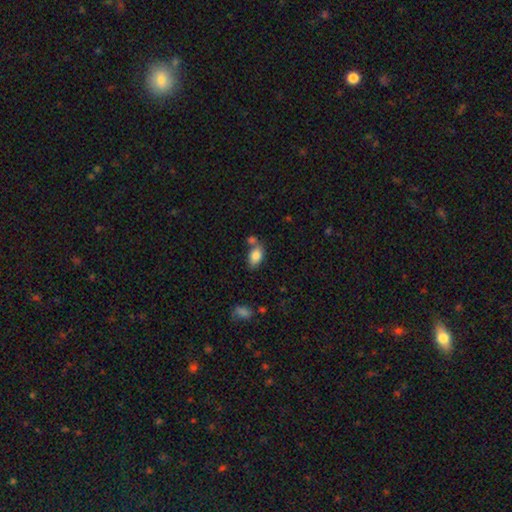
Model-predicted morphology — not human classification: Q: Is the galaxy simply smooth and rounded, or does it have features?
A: smooth — 82%.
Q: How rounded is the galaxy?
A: in between — 90%.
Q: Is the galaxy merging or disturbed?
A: none — 55%.